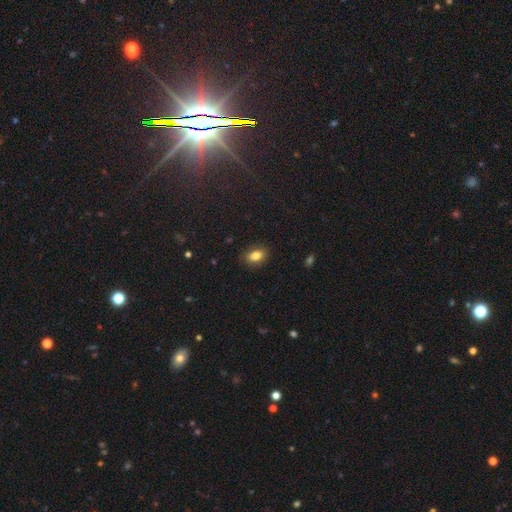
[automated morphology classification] Smooth or featured? Predicted: smooth (p=0.82). How rounded? Predicted: in between (p=0.82). Merging? Predicted: none (p=0.86).